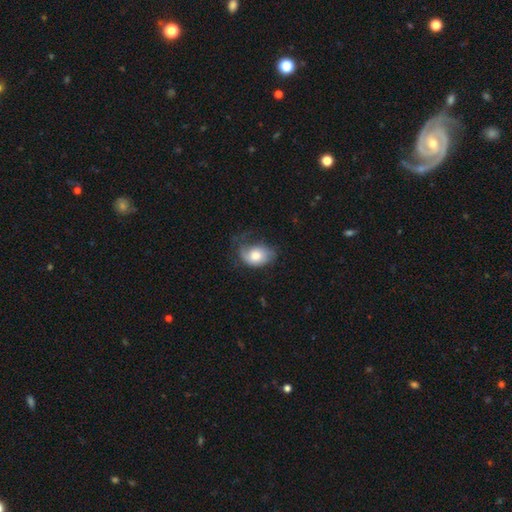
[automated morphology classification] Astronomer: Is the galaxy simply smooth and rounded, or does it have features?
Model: smooth — 61%.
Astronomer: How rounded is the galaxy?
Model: in between — 73%.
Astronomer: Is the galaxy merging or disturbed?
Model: none — 34%, tied with minor disturbance at 34%.